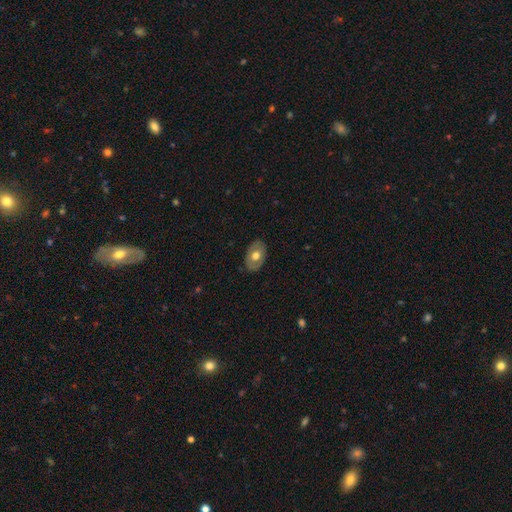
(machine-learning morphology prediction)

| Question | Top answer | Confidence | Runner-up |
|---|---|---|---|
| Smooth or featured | smooth | 54% | featured or disk (41%) |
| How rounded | in between | 83% | round (16%) |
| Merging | none | 84% | minor disturbance (12%) |